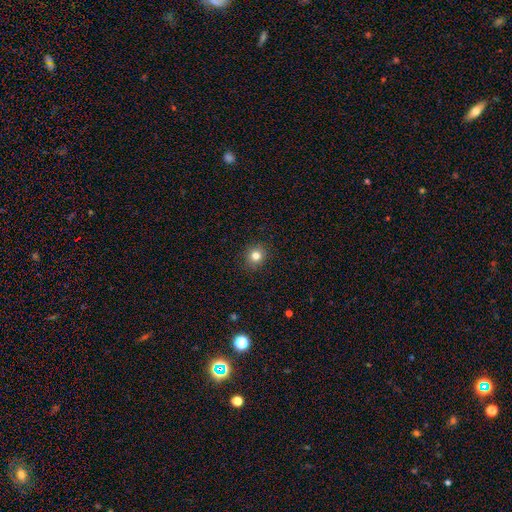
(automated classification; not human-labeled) Overall: smooth (80%). How rounded: round (87%). Merging: none (90%).